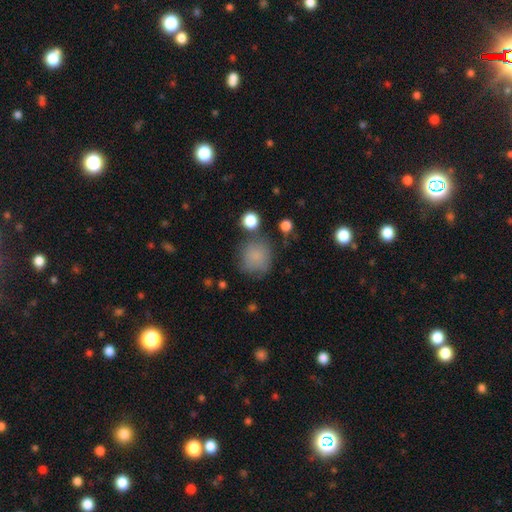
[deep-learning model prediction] A smooth galaxy with no disk features (81%) that is round (87%).

Vote fractions:
- Smooth or featured? smooth: 81% / star or artifact: 11% / featured or disk: 8%
- How rounded? round: 87% / in between: 12% / cigar-shaped: 1%
- Merging? none: 67% / minor disturbance: 19% / major disturbance: 8% / merger: 6%